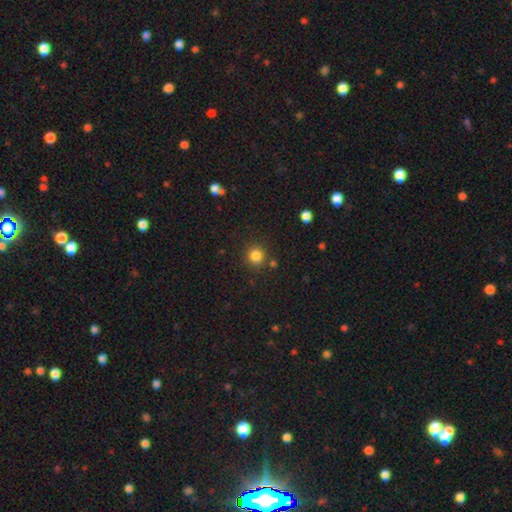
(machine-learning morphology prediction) A smooth galaxy with no disk features (82%) that is round (91%).

Vote fractions:
- Smooth or featured? smooth: 82% / star or artifact: 13% / featured or disk: 5%
- How rounded? round: 91% / in between: 8% / cigar-shaped: 1%
- Merging? none: 84% / minor disturbance: 8% / merger: 5% / major disturbance: 3%